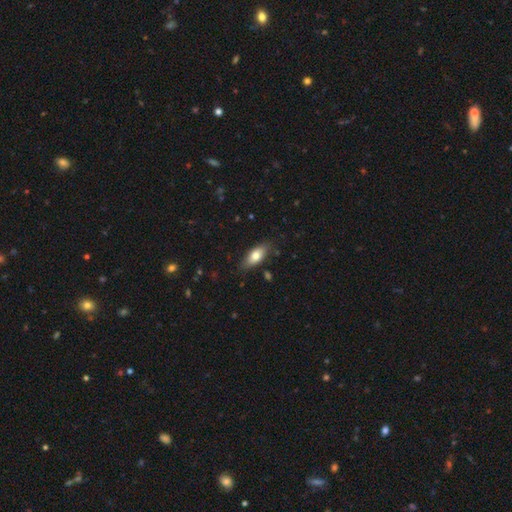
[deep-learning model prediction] Smooth or featured? smooth (75%)
How rounded? in between (84%)
Merging? none (81%)